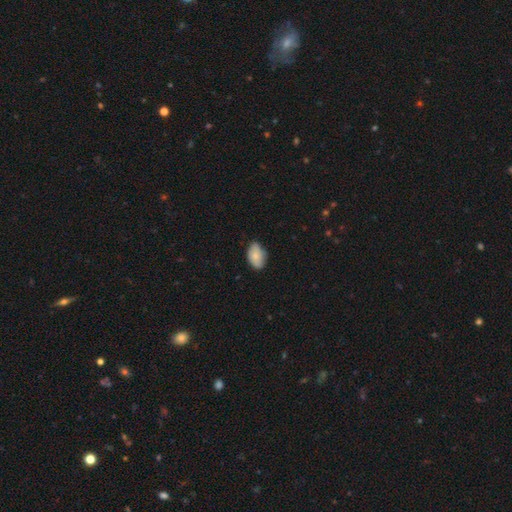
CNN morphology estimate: Smooth or featured?
  - smooth: 80% *
  - featured or disk: 13%
  - star or artifact: 7%
How rounded?
  - in between: 90% *
  - round: 9%
  - cigar-shaped: 1%
Merging?
  - none: 71% *
  - minor disturbance: 24%
  - major disturbance: 3%
  - merger: 1%